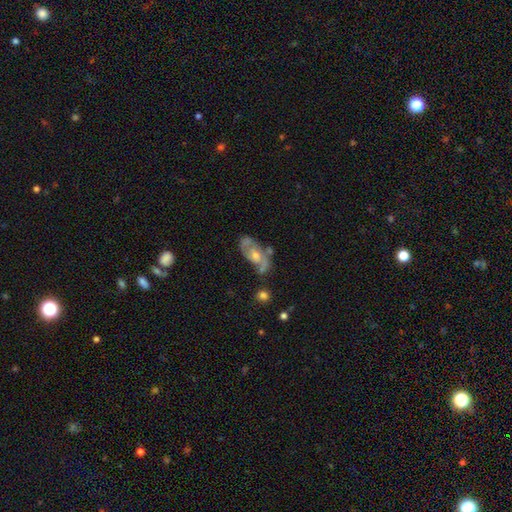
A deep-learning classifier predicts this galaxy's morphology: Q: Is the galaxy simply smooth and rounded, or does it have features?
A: featured or disk — 73%.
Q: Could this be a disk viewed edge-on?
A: no — 92%.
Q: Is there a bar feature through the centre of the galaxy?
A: no — 69%.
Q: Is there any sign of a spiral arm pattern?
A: yes — 74%.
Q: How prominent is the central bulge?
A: moderate — 58%.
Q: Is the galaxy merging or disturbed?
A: none — 60%.